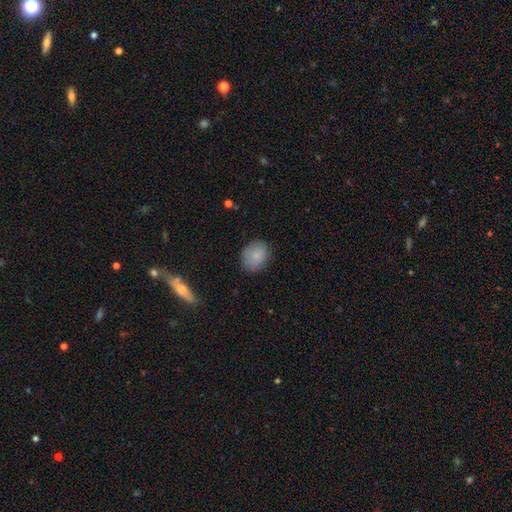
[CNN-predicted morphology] A smooth galaxy with no disk features (84%) that is in between round and cigar-shaped (53%).

Vote fractions:
- Smooth or featured? smooth: 84% / featured or disk: 8% / star or artifact: 8%
- How rounded? in between: 53% / round: 45% / cigar-shaped: 1%
- Merging? none: 82% / minor disturbance: 14% / major disturbance: 3% / merger: 1%